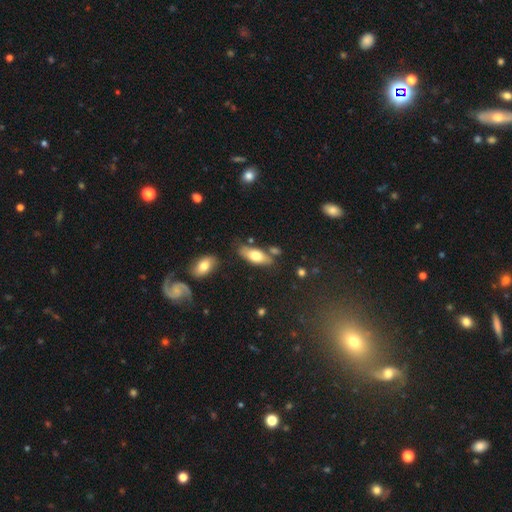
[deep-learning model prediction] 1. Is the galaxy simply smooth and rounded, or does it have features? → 70% smooth, 24% featured or disk, 6% star or artifact.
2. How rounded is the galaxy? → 77% in between, 21% cigar-shaped, 2% round.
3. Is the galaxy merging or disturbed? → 70% none, 17% minor disturbance, 10% merger, 4% major disturbance.